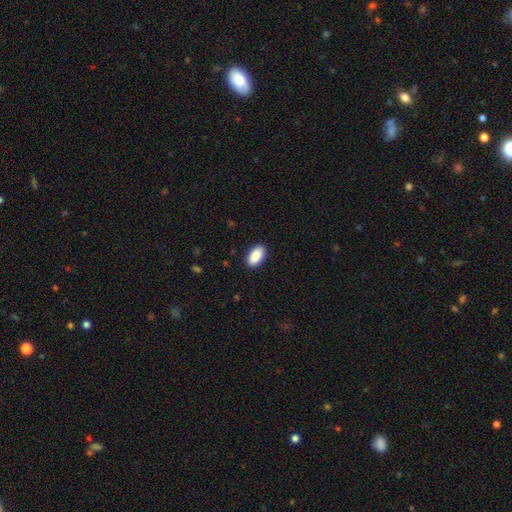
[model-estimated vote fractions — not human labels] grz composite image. It shows a smooth galaxy with no disk features (89%) that is in between round and cigar-shaped (94%). Merging: none (90%).